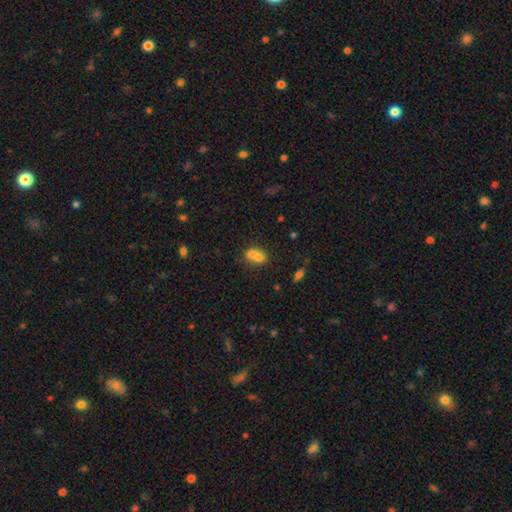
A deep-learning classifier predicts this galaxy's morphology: Smooth or featured? smooth (68%)
How rounded? round (51%)
Merging? merger (67%)